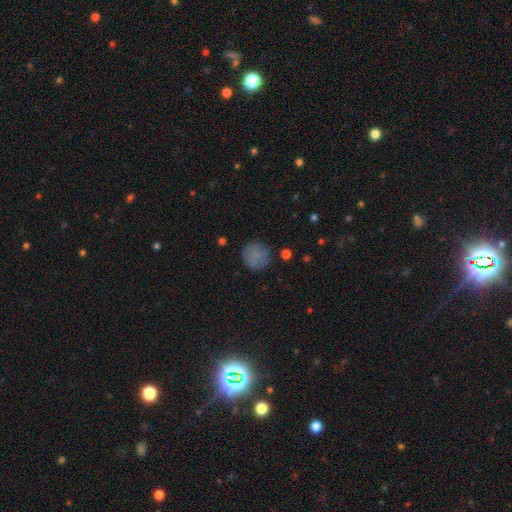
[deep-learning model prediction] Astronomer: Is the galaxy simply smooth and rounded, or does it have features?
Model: smooth — 79%.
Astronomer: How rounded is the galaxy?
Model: round — 91%.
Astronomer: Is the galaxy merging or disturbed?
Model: none — 78%.